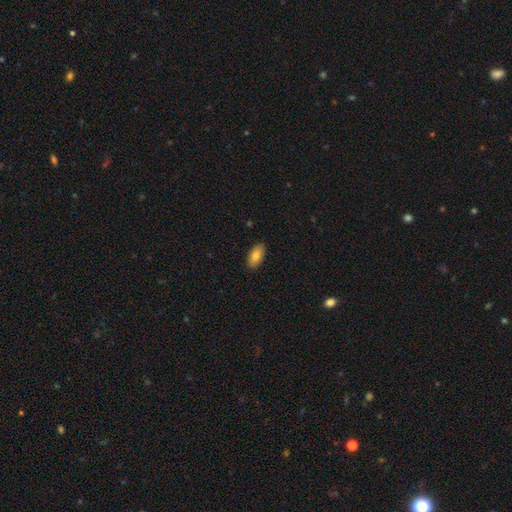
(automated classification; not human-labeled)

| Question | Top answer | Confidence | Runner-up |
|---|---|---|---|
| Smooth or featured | smooth | 82% | featured or disk (12%) |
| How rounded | in between | 93% | cigar-shaped (4%) |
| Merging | none | 89% | minor disturbance (8%) |